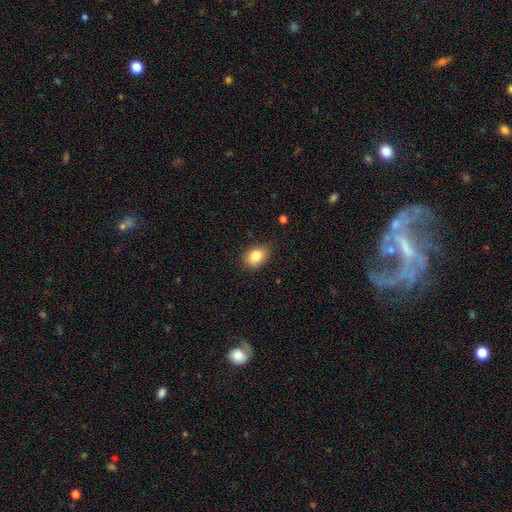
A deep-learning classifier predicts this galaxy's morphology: type=smooth (83%); roundness=in between (68%); merging=none (80%).